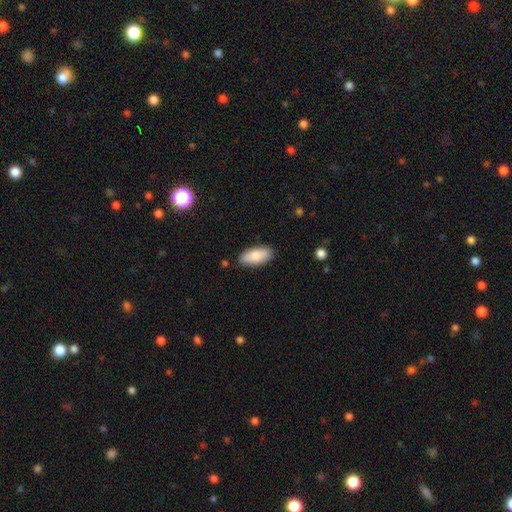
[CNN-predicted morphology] This appears to be a smooth galaxy with no disk features (83%) that is in between round and cigar-shaped (86%). Merging: none (84%).